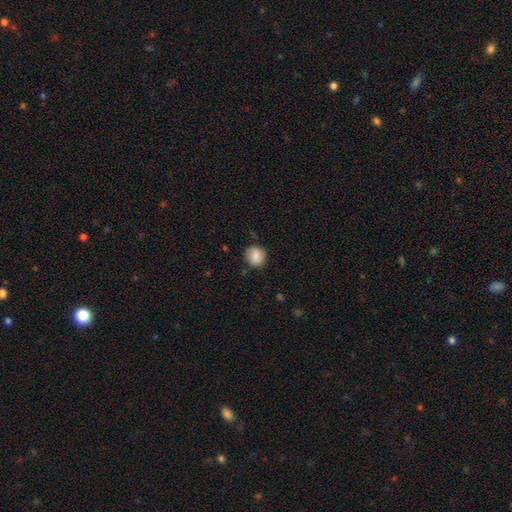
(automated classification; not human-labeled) This is clearly a smooth galaxy (84%). How rounded: clearly round (84%). Merging: clearly none (83%).